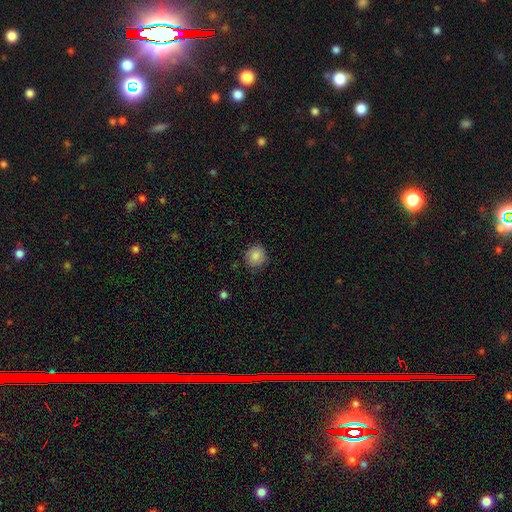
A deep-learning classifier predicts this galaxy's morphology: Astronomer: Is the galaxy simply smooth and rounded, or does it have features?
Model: smooth — 86%.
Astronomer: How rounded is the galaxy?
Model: round — 85%.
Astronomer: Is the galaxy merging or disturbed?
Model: none — 83%.